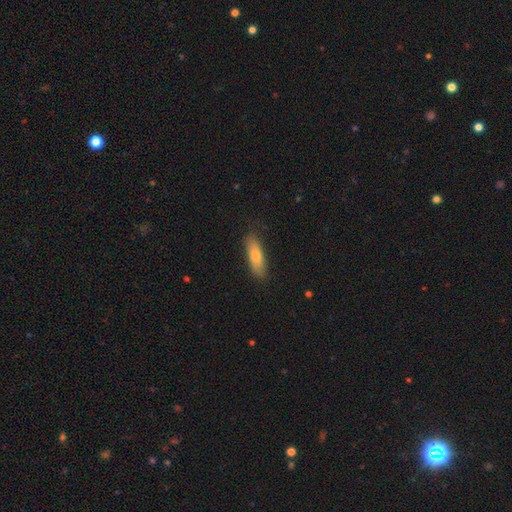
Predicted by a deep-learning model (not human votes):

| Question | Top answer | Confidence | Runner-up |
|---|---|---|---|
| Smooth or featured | smooth | 78% | featured or disk (16%) |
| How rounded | in between | 49% | tied: cigar-shaped (49%) |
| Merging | none | 80% | minor disturbance (16%) |